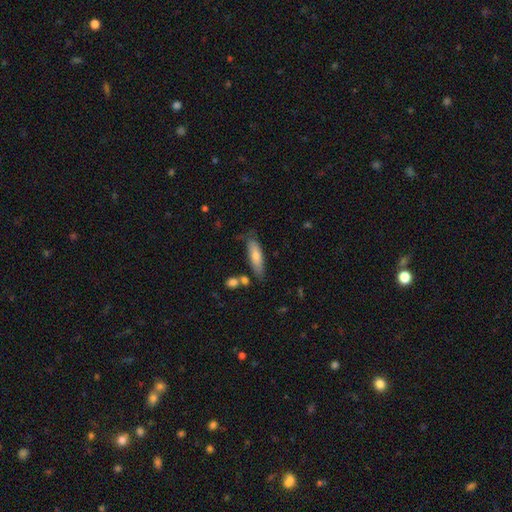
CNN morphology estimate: Smooth or featured: smooth — 73% (featured or disk — 21%)
How rounded: cigar-shaped — 54% (in between — 44%)
Merging: none — 65% (minor disturbance — 22%)